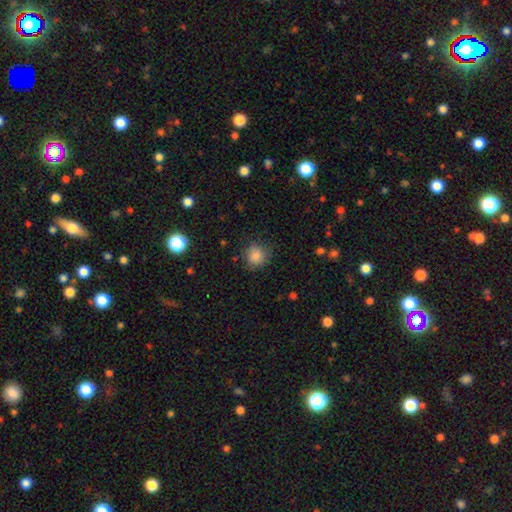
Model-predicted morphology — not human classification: smooth-or-featured: smooth: 83% | star or artifact: 11% | featured or disk: 6%
  how-rounded: round: 84% | in between: 15% | cigar-shaped: 1%
  merging: none: 75% | minor disturbance: 18% | major disturbance: 5% | merger: 1%